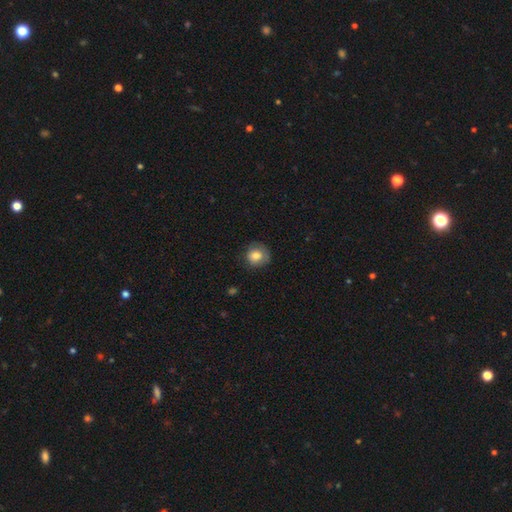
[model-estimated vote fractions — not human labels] Q: Smooth or featured?
A: smooth (81%); runner-up: featured or disk (11%)
Q: How rounded?
A: round (87%); runner-up: in between (12%)
Q: Merging?
A: none (72%); runner-up: minor disturbance (21%)